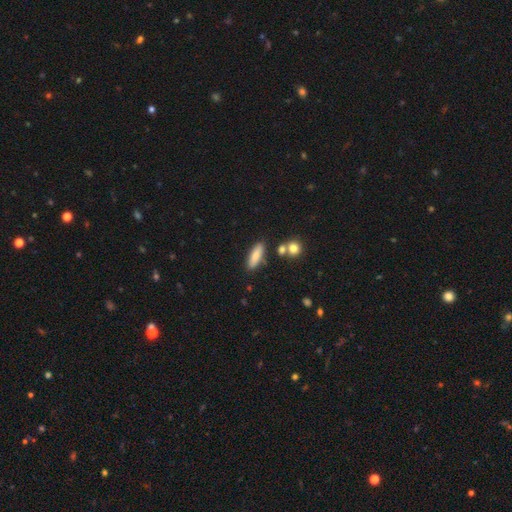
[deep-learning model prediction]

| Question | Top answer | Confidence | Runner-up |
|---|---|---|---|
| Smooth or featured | smooth | 81% | featured or disk (12%) |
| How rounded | in between | 51% | cigar-shaped (46%) |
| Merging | none | 80% | minor disturbance (11%) |